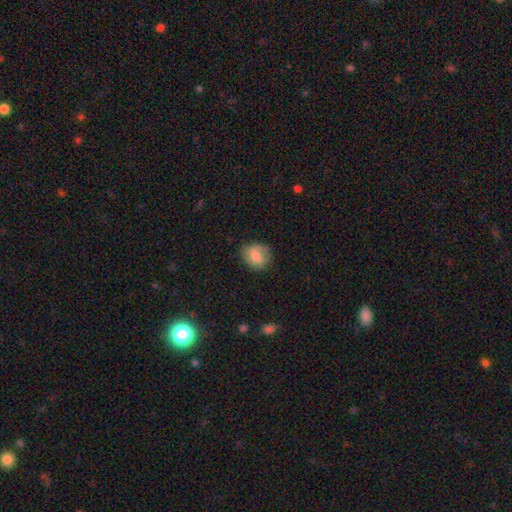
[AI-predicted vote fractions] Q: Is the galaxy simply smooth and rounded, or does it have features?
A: smooth — 69%.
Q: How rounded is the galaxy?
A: round — 65%.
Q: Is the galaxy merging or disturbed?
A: none — 69%.